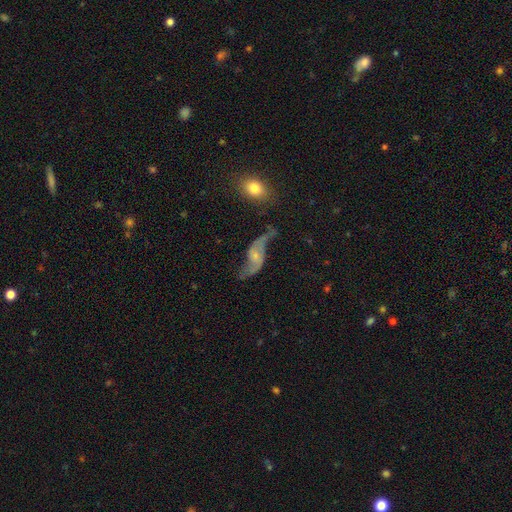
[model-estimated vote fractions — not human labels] Smooth or featured? featured or disk (81%)
Edge-on disk? no (94%)
Bar? no (59%)
Spiral arms? yes (92%)
Spiral winding? loose (87%)
Spiral arm count? 2 (92%)
Bulge size? small (65%)
Merging? none (52%)